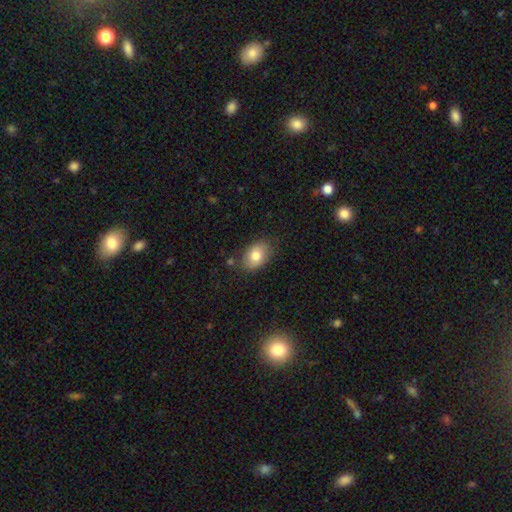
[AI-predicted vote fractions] Overall: smooth (78%). How rounded: in between (83%). Merging: none (79%).